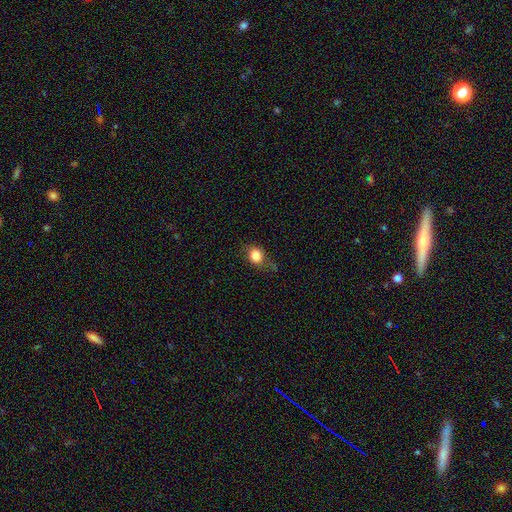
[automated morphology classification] This appears to be a smooth galaxy with no disk features (81%) that is round (62%). Merging: none (63%).